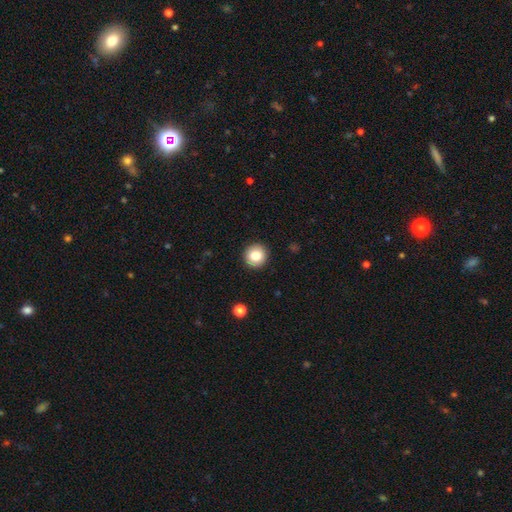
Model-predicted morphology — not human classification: smooth_or_featured: smooth (p=0.82) [alt: star or artifact p=0.09]
how_rounded: round (p=0.94) [alt: in between p=0.05]
merging: none (p=0.93) [alt: minor disturbance p=0.05]